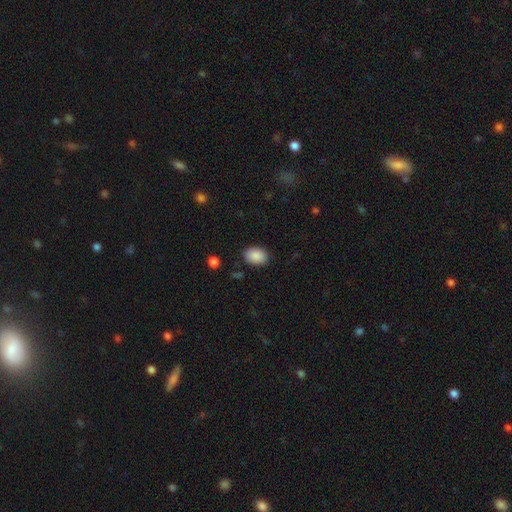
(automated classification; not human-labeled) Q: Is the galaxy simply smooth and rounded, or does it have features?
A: smooth — 90%.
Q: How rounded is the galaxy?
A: in between — 81%.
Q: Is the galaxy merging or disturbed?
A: none — 86%.